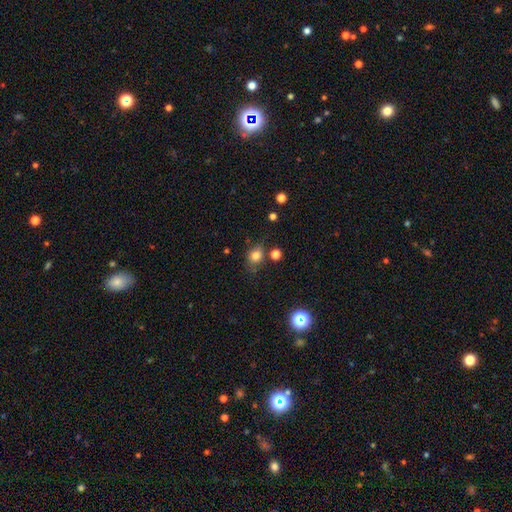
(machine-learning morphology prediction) A smooth galaxy with no disk features (79%) that is round (56%).

Vote fractions:
- Smooth or featured? smooth: 79% / star or artifact: 13% / featured or disk: 8%
- How rounded? round: 56% / in between: 43% / cigar-shaped: 1%
- Merging? none: 70% / minor disturbance: 18% / merger: 6% / major disturbance: 5%